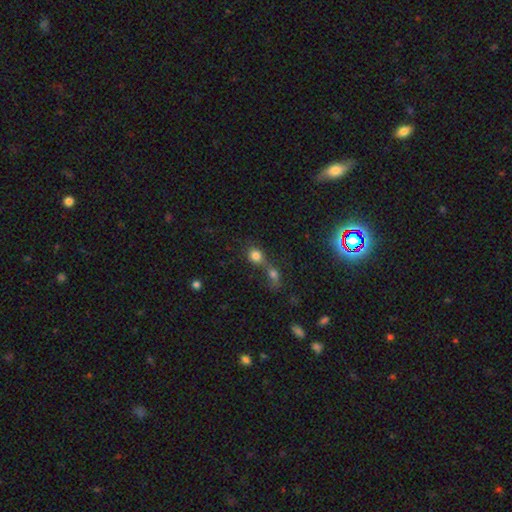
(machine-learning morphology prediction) smooth 79%, star or artifact 12%, featured or disk 9%. Down the decision tree: how rounded — round (73%); merging — merger (58%).